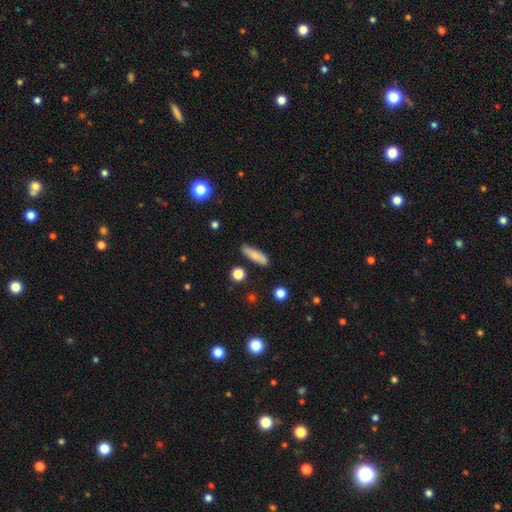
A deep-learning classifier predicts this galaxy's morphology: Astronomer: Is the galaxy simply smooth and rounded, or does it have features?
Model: smooth — 82%.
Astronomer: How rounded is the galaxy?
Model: cigar-shaped — 65%.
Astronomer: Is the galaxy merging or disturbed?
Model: none — 82%.